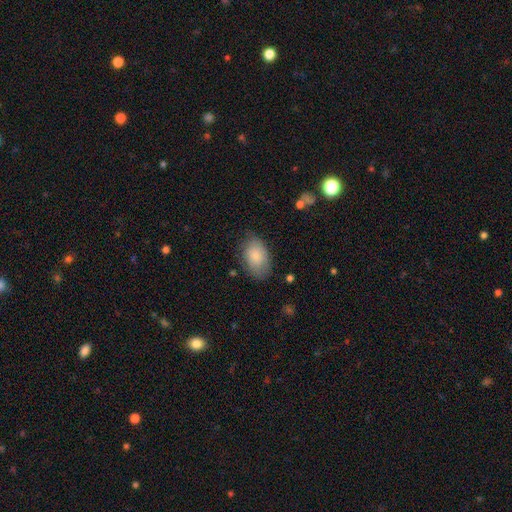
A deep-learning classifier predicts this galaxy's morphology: A smooth galaxy with no disk features (81%) that is in between round and cigar-shaped (91%). Merging: none (73%).